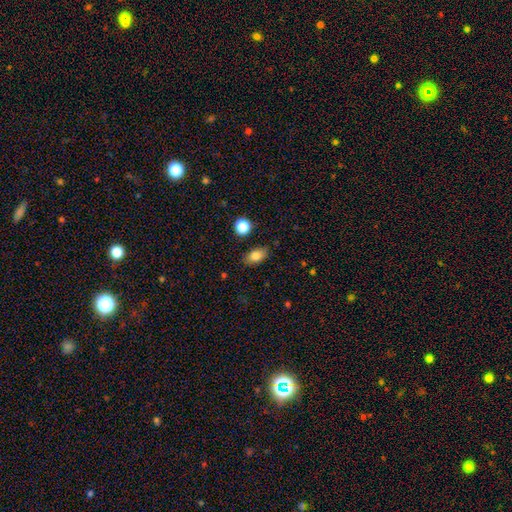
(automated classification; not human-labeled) This appears to be a smooth galaxy with no disk features (82%) that is in between round and cigar-shaped (86%). Merging: none (83%).